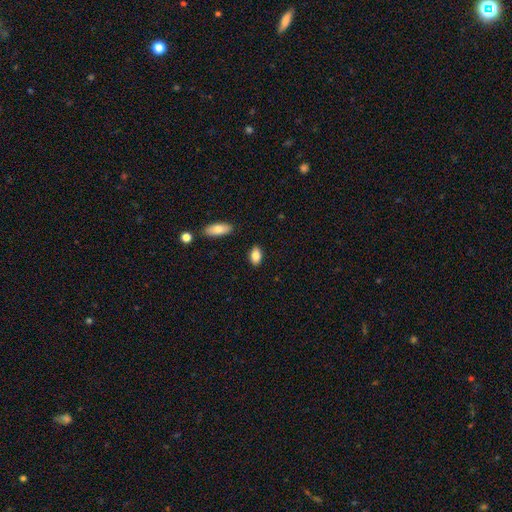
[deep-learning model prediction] smooth 82%, featured or disk 11%, star or artifact 7%. Down the decision tree: how rounded — in between (91%); merging — none (87%).